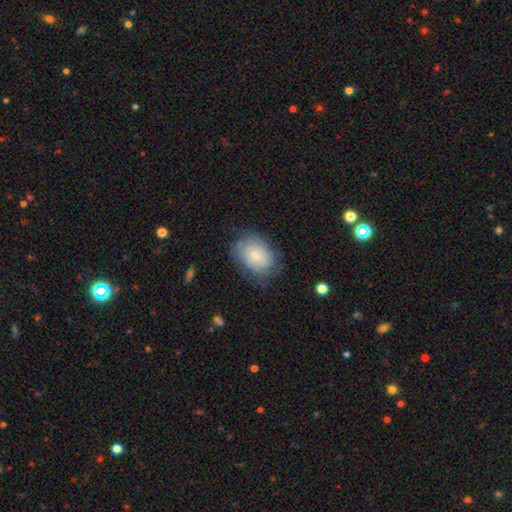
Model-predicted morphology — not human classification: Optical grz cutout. It shows a smooth galaxy with no disk features (63%) that is in between round and cigar-shaped (71%). Merging: none (67%).